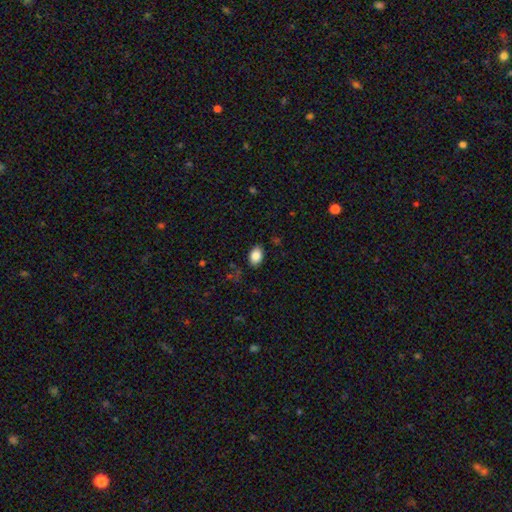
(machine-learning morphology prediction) The model was most divided on "merging": none: 83%, minor disturbance: 12%, major disturbance: 3%, merger: 1%. More confident: smooth or featured — smooth (86%); how rounded — in between (86%).